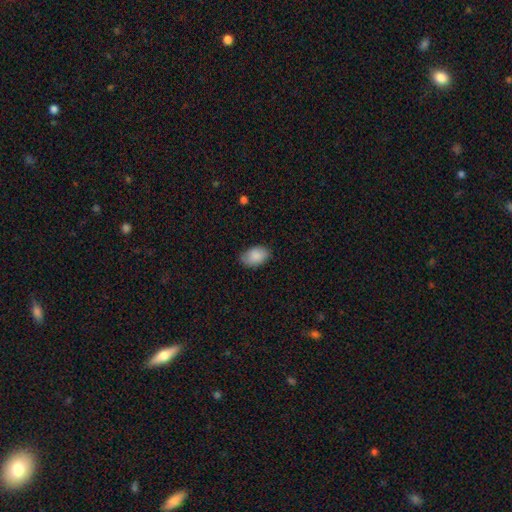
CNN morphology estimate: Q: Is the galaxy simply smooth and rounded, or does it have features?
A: smooth — 86%.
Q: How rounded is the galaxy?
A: in between — 90%.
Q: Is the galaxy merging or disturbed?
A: none — 75%.